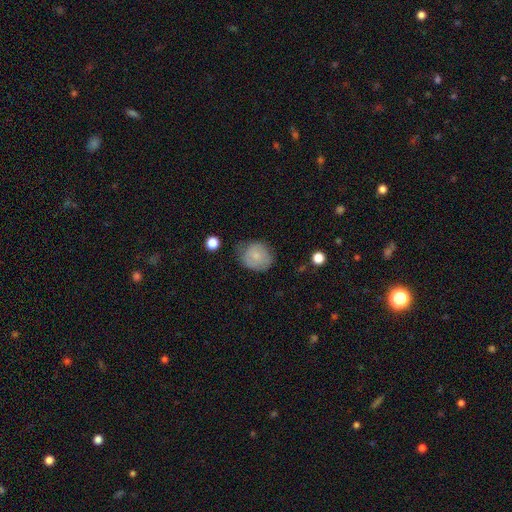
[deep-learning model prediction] A smooth galaxy with no disk features (75%) that is round (72%).

Vote fractions:
- Smooth or featured? smooth: 75% / featured or disk: 17% / star or artifact: 8%
- How rounded? round: 72% / in between: 27% / cigar-shaped: 1%
- Merging? none: 58% / minor disturbance: 31% / major disturbance: 9% / merger: 2%